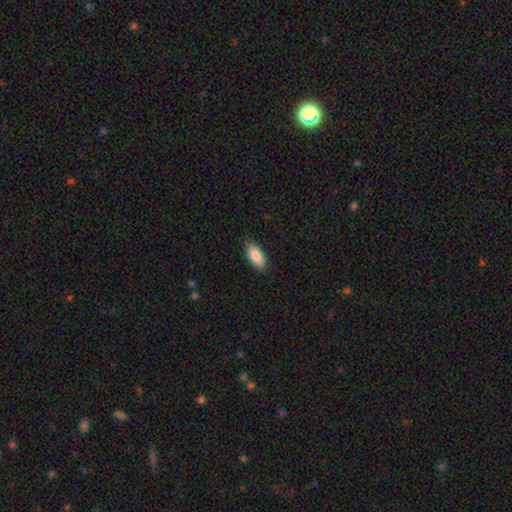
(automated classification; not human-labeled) This appears to be a smooth galaxy with no disk features (87%) that is in between round and cigar-shaped (89%). Merging: none (86%).